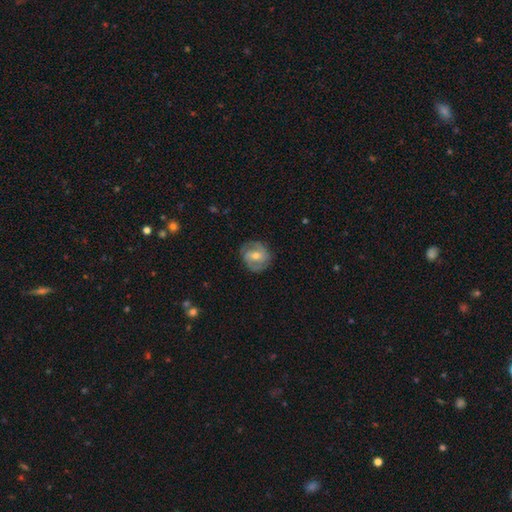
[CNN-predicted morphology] Smooth or featured? featured or disk (70%)
Edge-on disk? no (97%)
Bar? weak (47%)
Spiral arms? yes (86%)
Spiral winding? medium (44%)
Spiral arm count? 2 (70%)
Bulge size? moderate (60%)
Merging? none (81%)